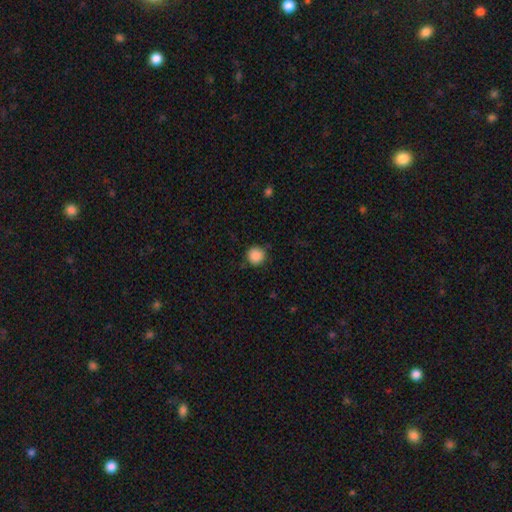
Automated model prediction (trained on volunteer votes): smooth-or-featured: smooth: 88% | star or artifact: 10% | featured or disk: 3%
  how-rounded: round: 94% | in between: 5% | cigar-shaped: 1%
  merging: none: 86% | minor disturbance: 10% | major disturbance: 3% | merger: 1%